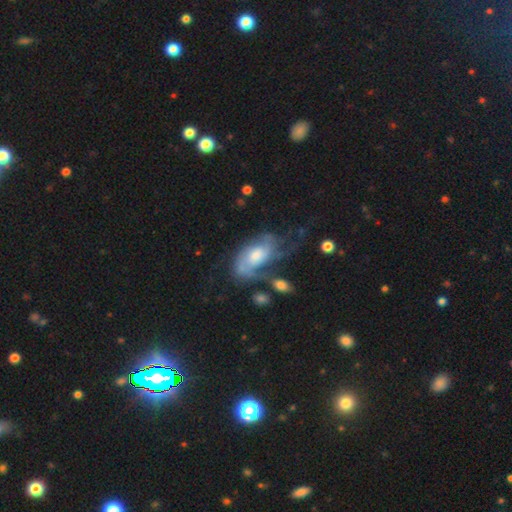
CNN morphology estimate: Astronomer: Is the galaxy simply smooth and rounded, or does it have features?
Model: featured or disk — 75%.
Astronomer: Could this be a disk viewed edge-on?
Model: no — 94%.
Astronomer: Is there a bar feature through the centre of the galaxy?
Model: no — 66%.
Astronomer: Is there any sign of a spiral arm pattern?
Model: yes — 88%.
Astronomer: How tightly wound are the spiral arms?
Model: medium — 41% (runner-up: tight, 36%).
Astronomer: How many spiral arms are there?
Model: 2 — 35% (runner-up: can't tell, 34%).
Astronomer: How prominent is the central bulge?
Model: moderate — 56%.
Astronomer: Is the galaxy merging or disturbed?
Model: none — 37% (runner-up: major disturbance, 30%).